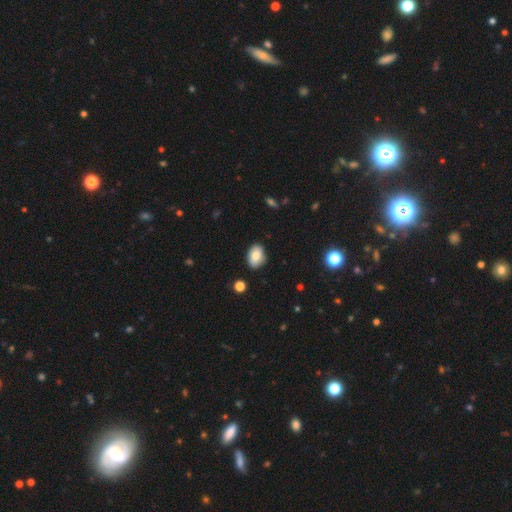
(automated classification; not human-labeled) Overall: smooth (85%). How rounded: in between (85%). Merging: none (86%).